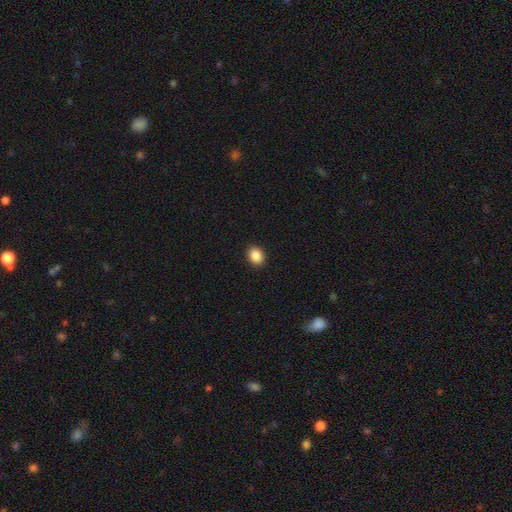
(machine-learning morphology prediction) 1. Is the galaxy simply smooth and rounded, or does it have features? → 88% smooth, 9% star or artifact, 3% featured or disk.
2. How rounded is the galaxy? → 54% in between, 45% round, 1% cigar-shaped.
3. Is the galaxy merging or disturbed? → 92% none, 6% minor disturbance, 2% major disturbance, 1% merger.